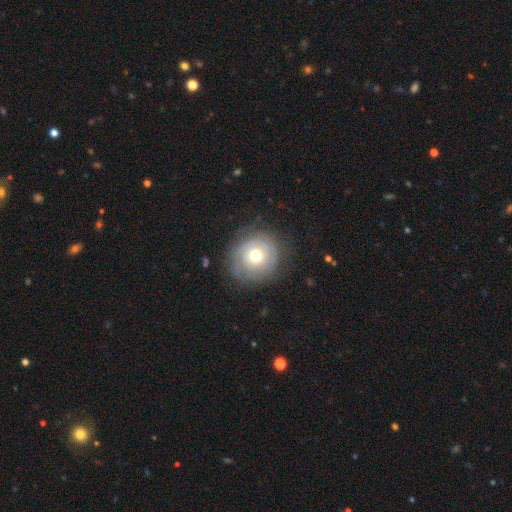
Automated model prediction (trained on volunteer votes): Smooth or featured? Predicted: featured or disk (p=0.60). Edge-on disk? Predicted: no (p=0.97). Bar? Predicted: no (p=0.85). Spiral arms? Predicted: yes (p=0.77). Bulge size? Predicted: moderate (p=0.74). Merging? Predicted: none (p=0.76).